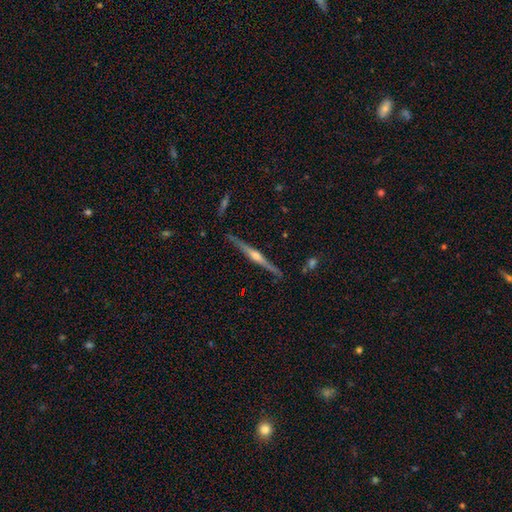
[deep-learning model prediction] smooth-or-featured: featured or disk: 81% | smooth: 13% | star or artifact: 6%
  disk-edge-on: yes: 98% | no: 2%
    edge-on-bulge: rounded: 86% | none: 8% | boxy: 7%
  merging: none: 88% | minor disturbance: 9% | merger: 2% | major disturbance: 2%